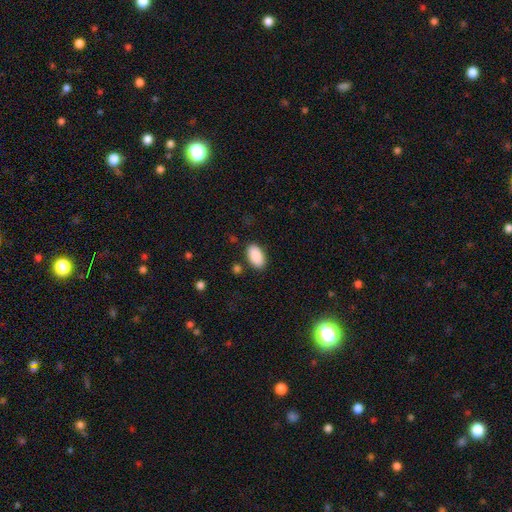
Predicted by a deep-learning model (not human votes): This appears to be a smooth galaxy with no disk features (90%) that is in between round and cigar-shaped (95%). Merging: none (84%).